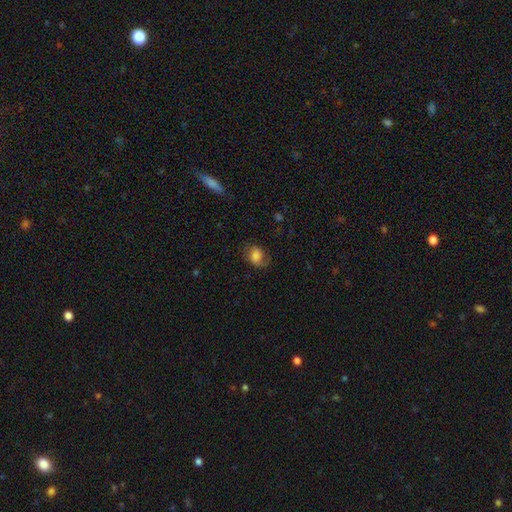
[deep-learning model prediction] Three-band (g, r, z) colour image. It shows a smooth galaxy with no disk features (73%) that is in between round and cigar-shaped (67%). Merging: none (62%).